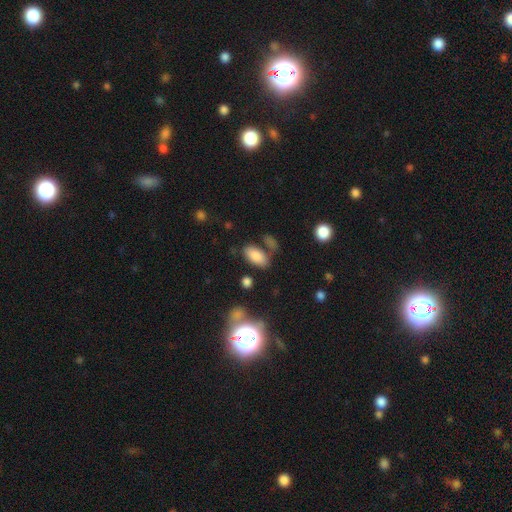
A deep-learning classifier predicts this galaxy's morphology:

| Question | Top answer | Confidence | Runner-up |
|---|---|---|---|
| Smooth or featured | smooth | 82% | star or artifact (10%) |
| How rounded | in between | 93% | cigar-shaped (4%) |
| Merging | none | 69% | minor disturbance (14%) |